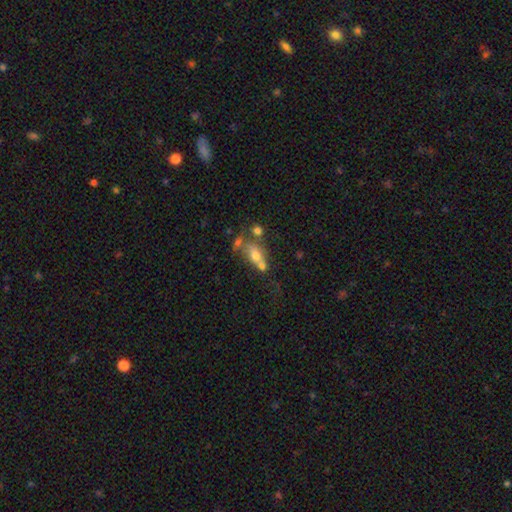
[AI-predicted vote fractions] Morphology: type=smooth (59%); roundness=in between (70%); merging=merger (45%).